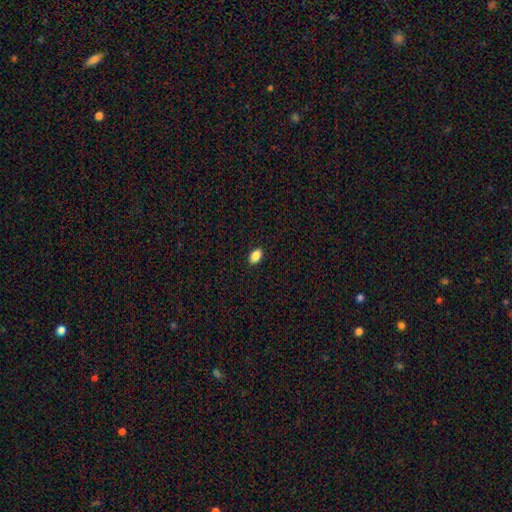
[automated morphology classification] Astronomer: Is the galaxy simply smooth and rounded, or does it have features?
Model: smooth — 87%.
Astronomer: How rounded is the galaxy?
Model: in between — 87%.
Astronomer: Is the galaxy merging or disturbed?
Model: none — 90%.